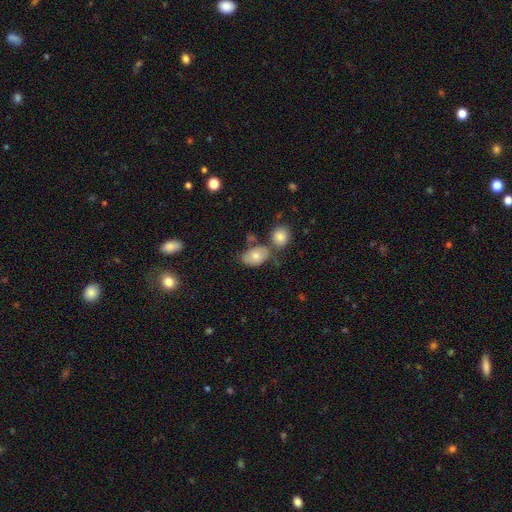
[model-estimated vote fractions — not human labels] A smooth galaxy with no disk features (76%) that is in between round and cigar-shaped (85%). Merging: none (48%).